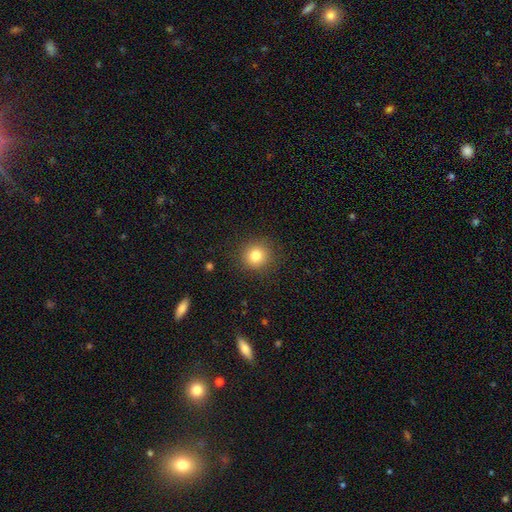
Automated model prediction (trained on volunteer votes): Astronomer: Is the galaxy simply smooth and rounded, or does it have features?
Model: smooth — 81%.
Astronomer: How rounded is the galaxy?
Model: round — 92%.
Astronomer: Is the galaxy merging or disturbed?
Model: none — 89%.